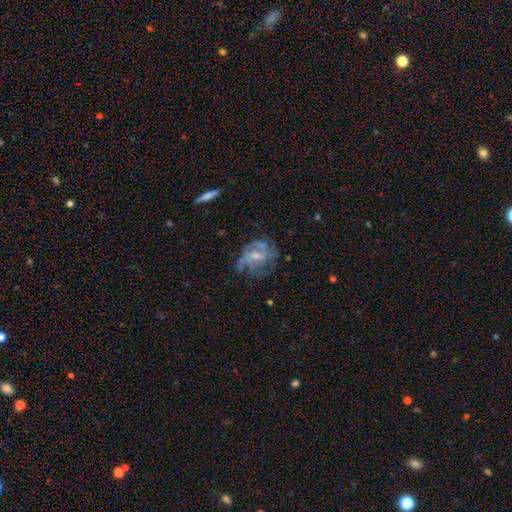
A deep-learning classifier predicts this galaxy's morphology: featured or disk 73%, smooth 17%, star or artifact 10%. Down the decision tree: edge-on disk — no (97%); bar — weak (51%); spiral arms — yes (77%); spiral arm count — can't tell (39%); spiral winding — medium (43%); bulge size — small (47%); merging — none (55%).